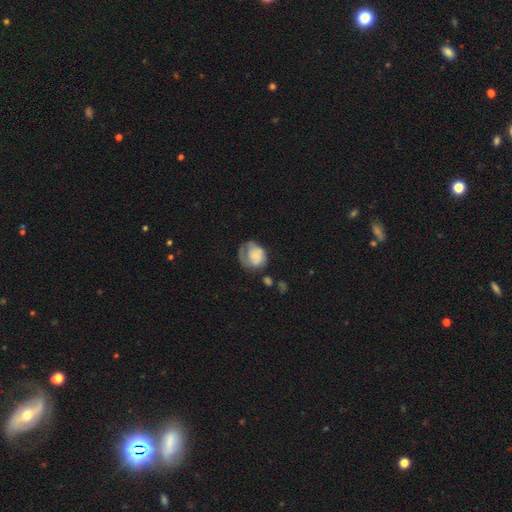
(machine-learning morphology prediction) smooth 54%, featured or disk 39%, star or artifact 8%. Down the decision tree: how rounded — round (55%); merging — major disturbance (34%).